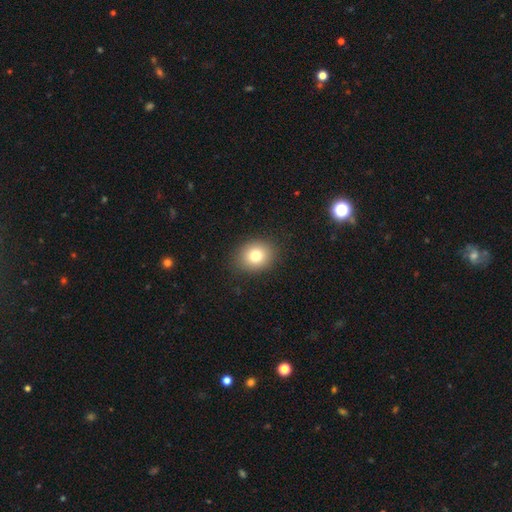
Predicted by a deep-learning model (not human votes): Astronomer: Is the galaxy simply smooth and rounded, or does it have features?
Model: smooth — 79%.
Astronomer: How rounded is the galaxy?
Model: round — 64%.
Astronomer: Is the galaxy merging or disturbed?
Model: none — 89%.